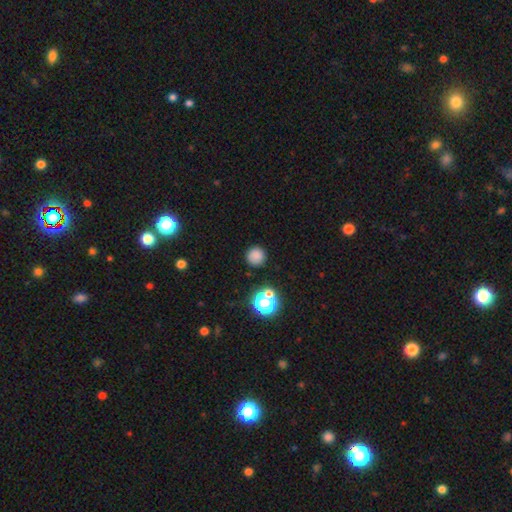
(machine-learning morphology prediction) Smooth or featured? smooth (80%)
How rounded? round (94%)
Merging? none (87%)